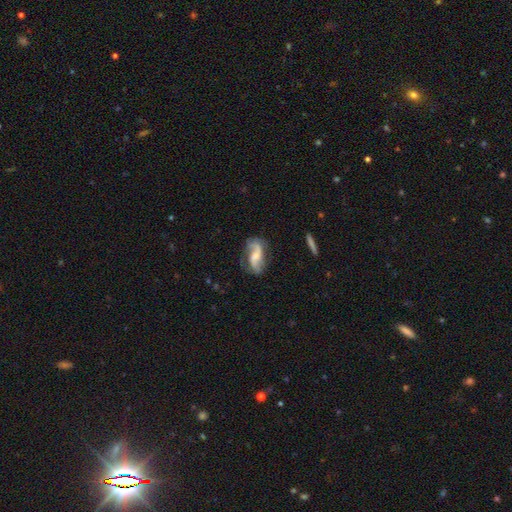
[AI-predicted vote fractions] This appears to be a featured or disk galaxy (71%) with a weak bar (41%), 2 (83%) loose (59%) spiral arms (90%) and a small central bulge (40%). Merging: none (57%).